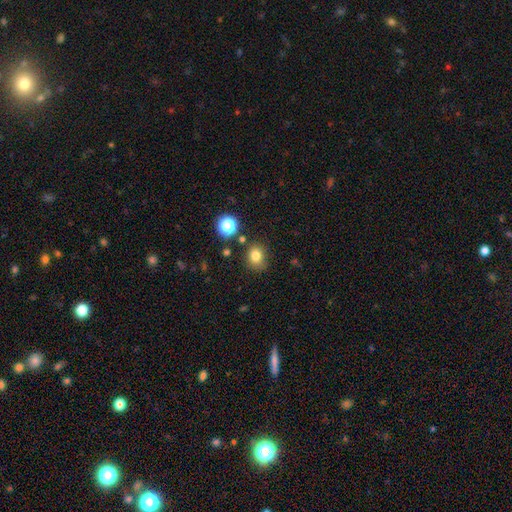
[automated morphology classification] smooth 78%, star or artifact 15%, featured or disk 7%. Down the decision tree: how rounded — round (67%); merging — none (80%).